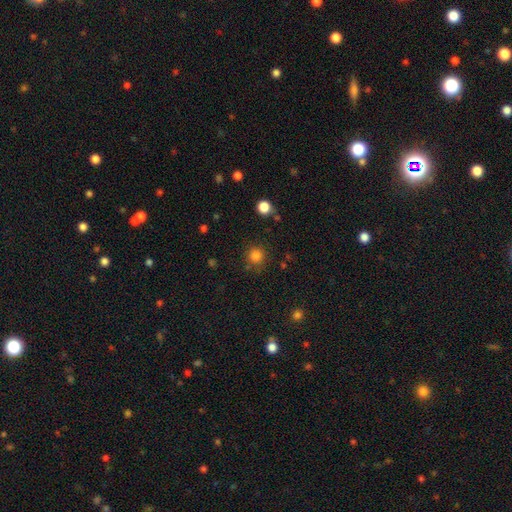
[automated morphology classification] Smooth or featured? smooth (82%)
How rounded? round (93%)
Merging? none (84%)